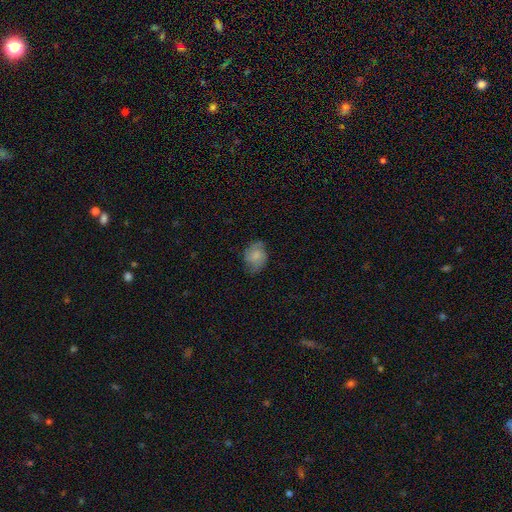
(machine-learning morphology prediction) This appears to be a smooth galaxy with no disk features (55%) that is in between round and cigar-shaped (59%). Merging: none (62%).